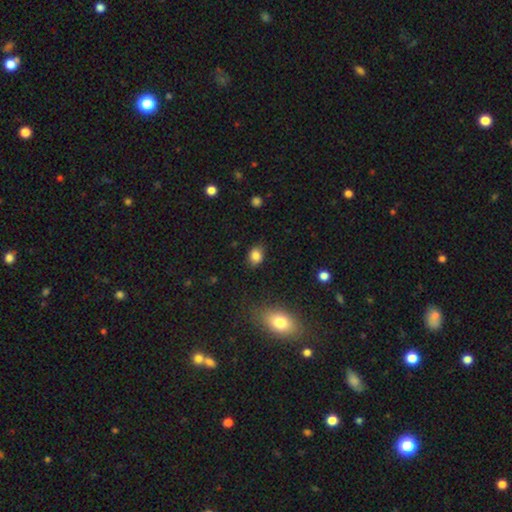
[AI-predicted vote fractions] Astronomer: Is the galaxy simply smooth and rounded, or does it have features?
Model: smooth — 84%.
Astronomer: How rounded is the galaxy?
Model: in between — 63%.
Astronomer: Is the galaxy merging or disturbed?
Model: none — 79%.